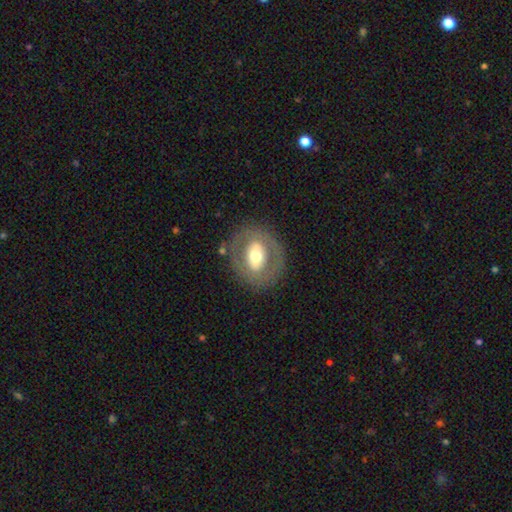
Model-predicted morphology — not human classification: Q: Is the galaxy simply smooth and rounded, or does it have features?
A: featured or disk — 52%.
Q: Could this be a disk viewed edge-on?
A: no — 93%.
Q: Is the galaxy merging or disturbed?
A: none — 78%.